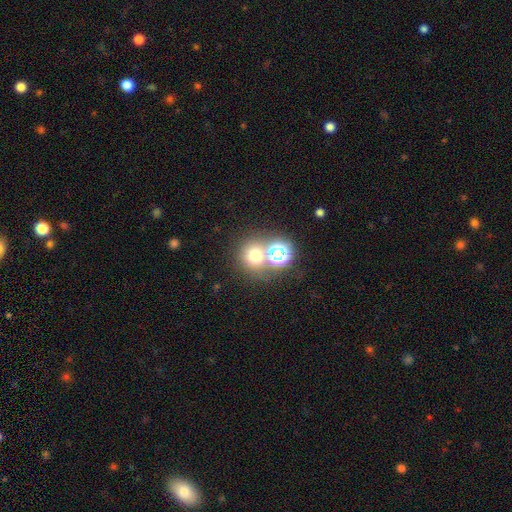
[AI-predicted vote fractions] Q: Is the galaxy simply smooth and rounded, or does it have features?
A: smooth — 65%.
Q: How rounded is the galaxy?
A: round — 87%.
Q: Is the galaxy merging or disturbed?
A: none — 54%.